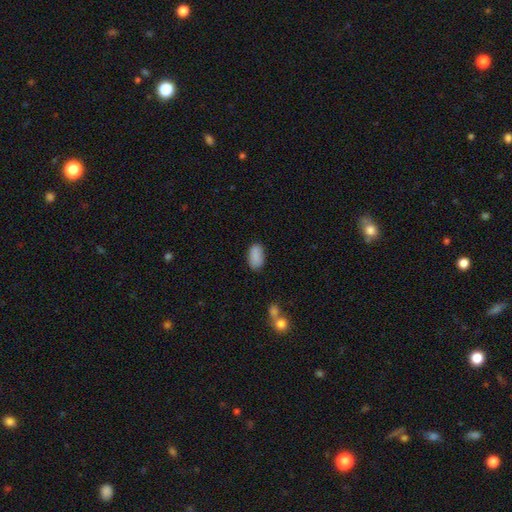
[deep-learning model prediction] smooth 88%, star or artifact 8%, featured or disk 5%. Down the decision tree: how rounded — in between (94%); merging — none (83%).